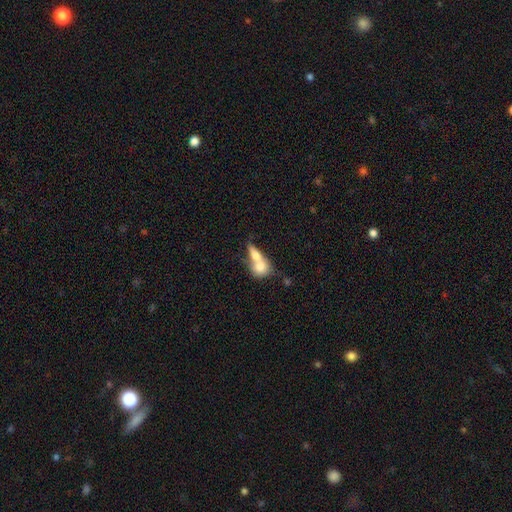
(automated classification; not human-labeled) A smooth galaxy with no disk features (69%) that is in between round and cigar-shaped (51%).

Vote fractions:
- Smooth or featured? smooth: 69% / featured or disk: 24% / star or artifact: 7%
- How rounded? in between: 51% / round: 37% / cigar-shaped: 12%
- Merging? merger: 73% / none: 16% / minor disturbance: 6% / major disturbance: 5%